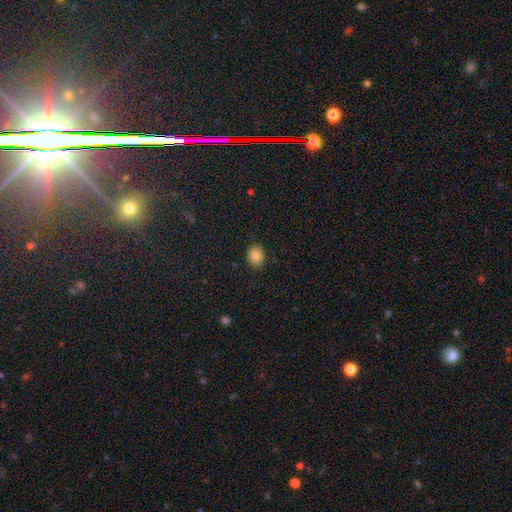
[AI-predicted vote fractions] This appears to be a smooth galaxy with no disk features (83%) that is in between round and cigar-shaped (51%). Merging: none (89%).